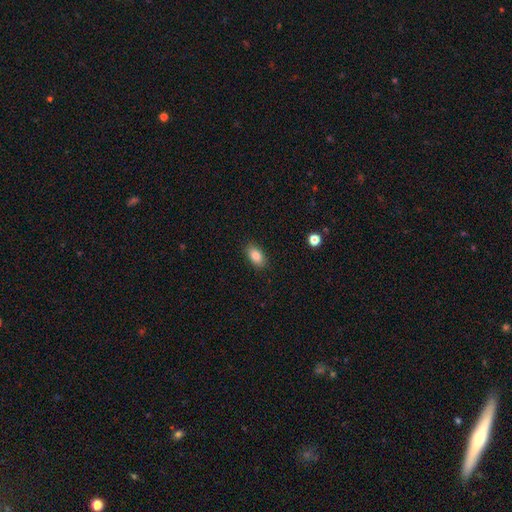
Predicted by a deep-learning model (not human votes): A smooth galaxy with no disk features (86%) that is in between round and cigar-shaped (91%).

Vote fractions:
- Smooth or featured? smooth: 86% / star or artifact: 8% / featured or disk: 6%
- How rounded? in between: 91% / round: 6% / cigar-shaped: 3%
- Merging? none: 88% / minor disturbance: 8% / major disturbance: 2% / merger: 1%